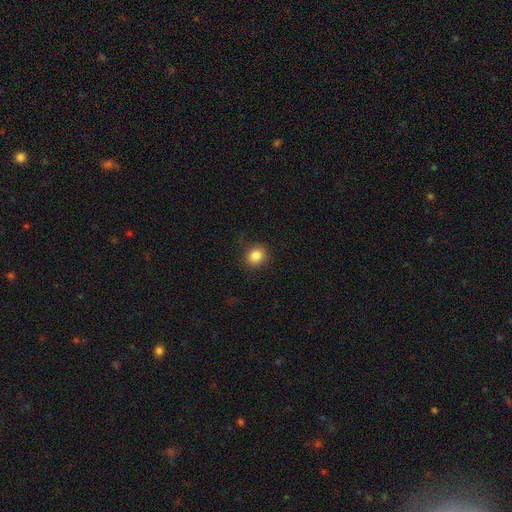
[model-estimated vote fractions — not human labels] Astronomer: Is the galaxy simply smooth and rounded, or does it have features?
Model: smooth — 85%.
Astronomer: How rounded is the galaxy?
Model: round — 73%.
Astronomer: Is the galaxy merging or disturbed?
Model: none — 88%.